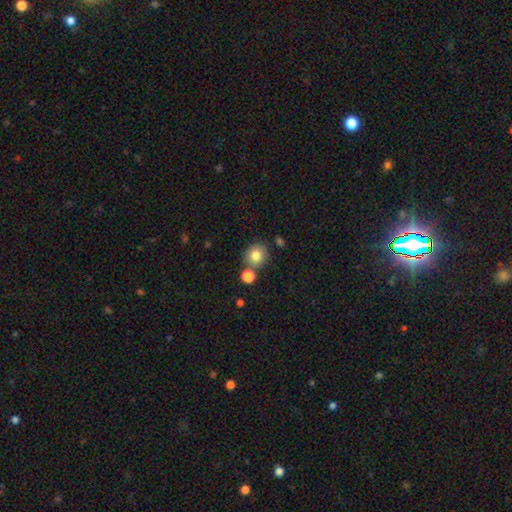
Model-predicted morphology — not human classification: A smooth galaxy with no disk features (82%) that is round (83%). Merging: none (70%).